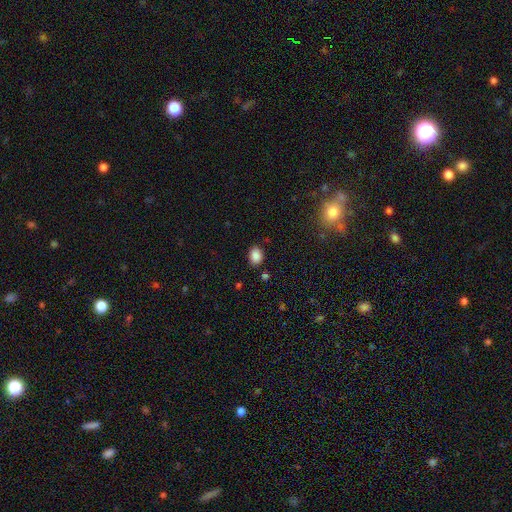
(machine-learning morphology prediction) smooth-or-featured: smooth: 87% | star or artifact: 10% | featured or disk: 3%
  how-rounded: in between: 66% | round: 33% | cigar-shaped: 1%
  merging: none: 85% | minor disturbance: 11% | major disturbance: 3% | merger: 2%